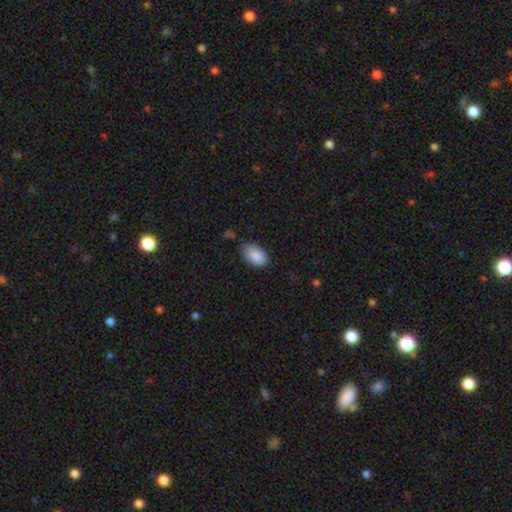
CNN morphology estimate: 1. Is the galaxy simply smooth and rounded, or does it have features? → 88% smooth, 7% star or artifact, 5% featured or disk.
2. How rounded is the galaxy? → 93% in between, 6% round, 1% cigar-shaped.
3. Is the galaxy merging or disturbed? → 65% none, 28% minor disturbance, 5% major disturbance, 3% merger.